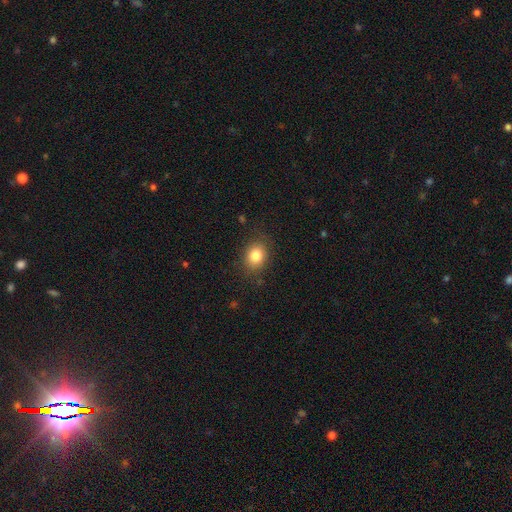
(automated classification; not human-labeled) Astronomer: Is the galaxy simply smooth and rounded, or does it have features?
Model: smooth — 83%.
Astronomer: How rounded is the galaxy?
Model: round — 51% (runner-up: in between, 48%).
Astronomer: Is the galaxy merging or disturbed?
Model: none — 83%.